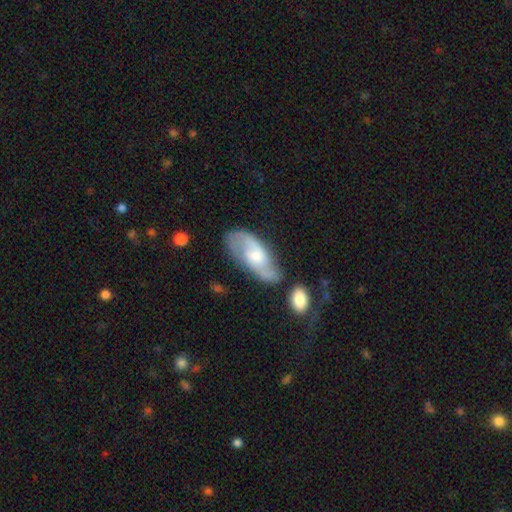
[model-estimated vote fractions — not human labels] featured or disk 68%, smooth 26%, star or artifact 6%. Down the decision tree: edge-on disk — no (92%); bar — no (56%); spiral arms — yes (89%); spiral arm count — 2 (82%); spiral winding — medium (43%); bulge size — moderate (47%); merging — none (59%).